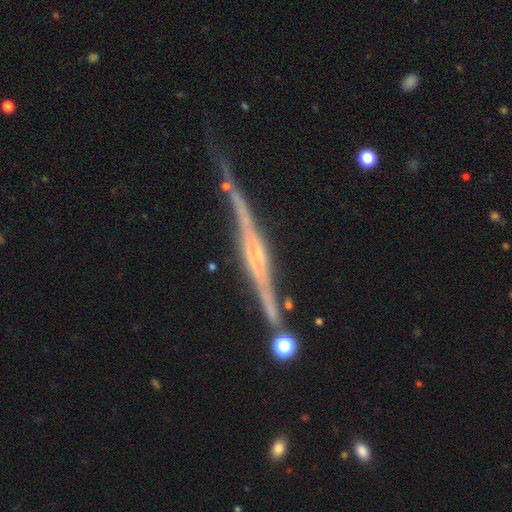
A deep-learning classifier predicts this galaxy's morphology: This appears to be a featured or disk galaxy (86%) viewed edge-on (97%) with a rounded central bulge (45%). Merging: none (78%).